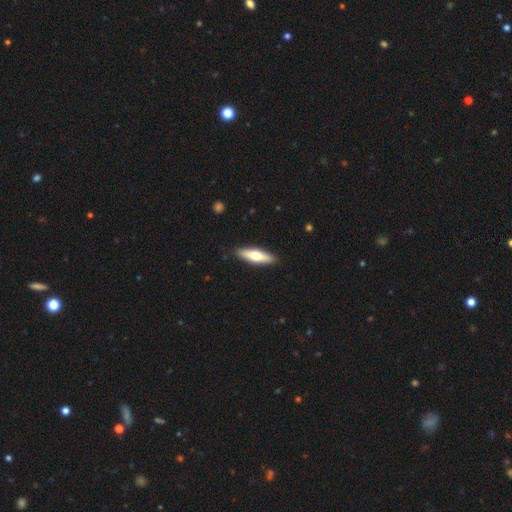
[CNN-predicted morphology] Overall: smooth (52%; featured or disk 42%). How rounded: cigar-shaped (63%; in between 35%). Merging: none (90%).